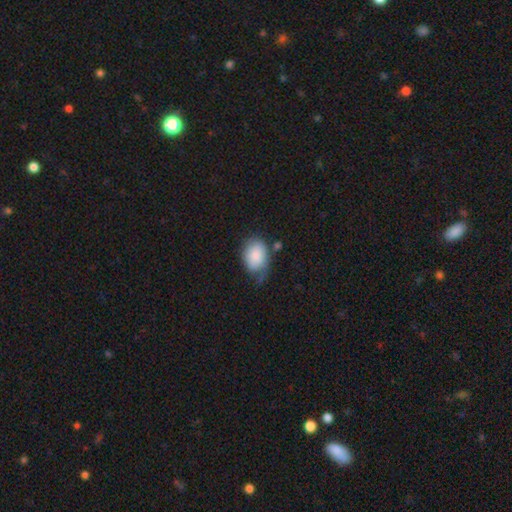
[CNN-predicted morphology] type=smooth (83%); roundness=in between (77%); merging=none (47%).